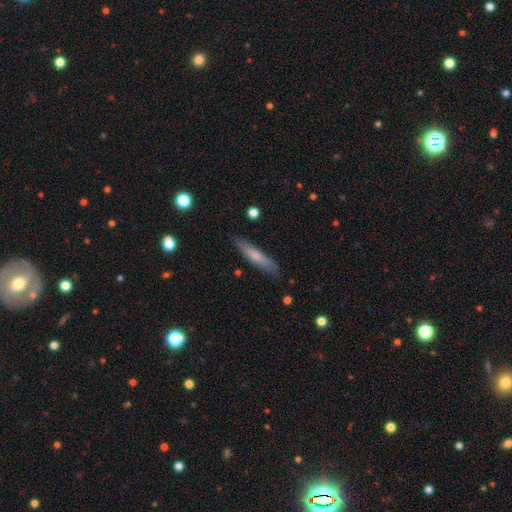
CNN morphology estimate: This appears to be a smooth galaxy with no disk features (66%) that is cigar-shaped (88%). Merging: none (86%).